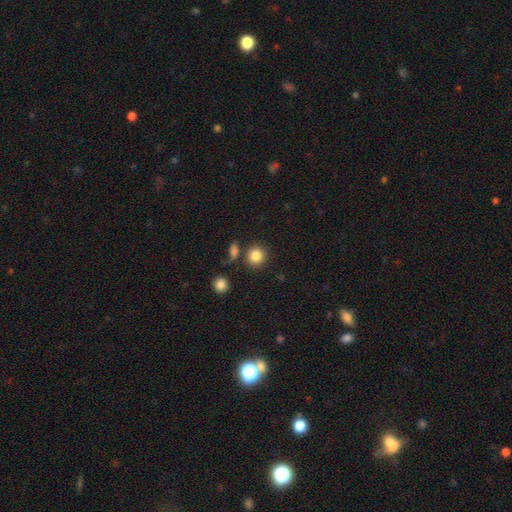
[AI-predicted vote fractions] This appears to be a smooth galaxy with no disk features (85%) that is round (89%). Merging: none (79%).